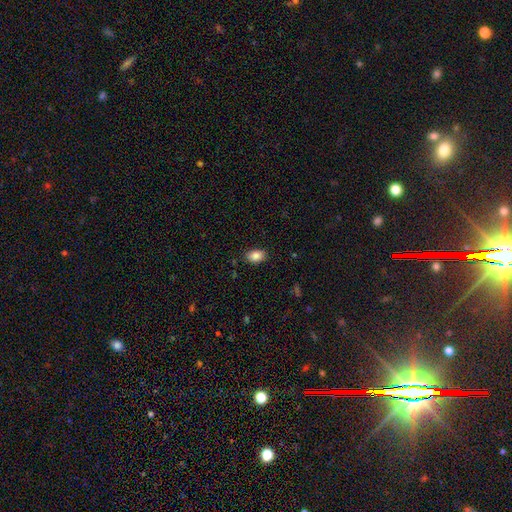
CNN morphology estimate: This is clearly a smooth galaxy (86%). How rounded: clearly in between (85%). Merging: clearly none (87%).